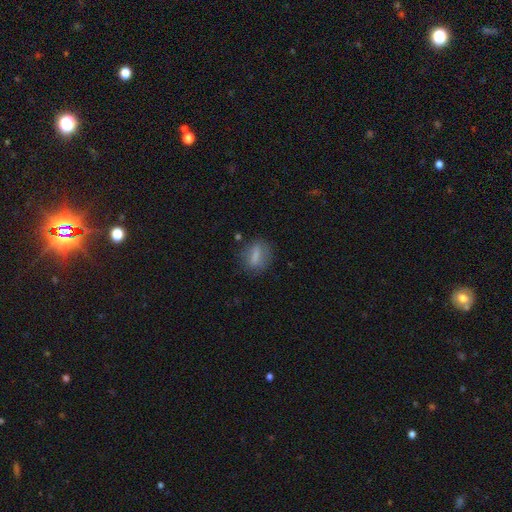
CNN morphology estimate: A smooth galaxy with no disk features (64%) that is in between round and cigar-shaped (50%).

Vote fractions:
- Smooth or featured? smooth: 64% / featured or disk: 26% / star or artifact: 10%
- How rounded? in between: 50% / round: 28% / cigar-shaped: 22%
- Merging? none: 74% / minor disturbance: 16% / major disturbance: 7% / merger: 3%